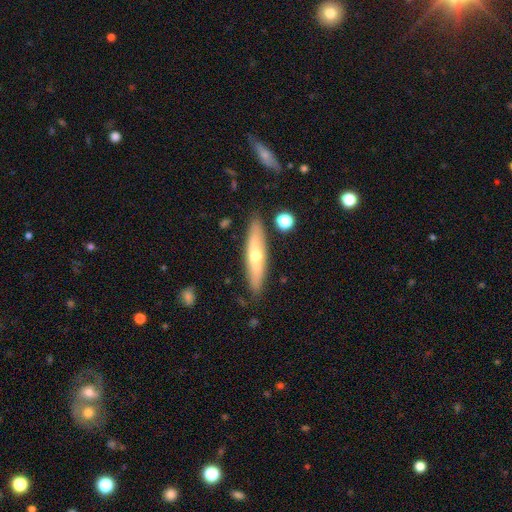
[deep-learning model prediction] Smooth or featured? Predicted: featured or disk (p=0.51). Edge-on disk? Predicted: yes (p=0.79). Merging? Predicted: none (p=0.86).